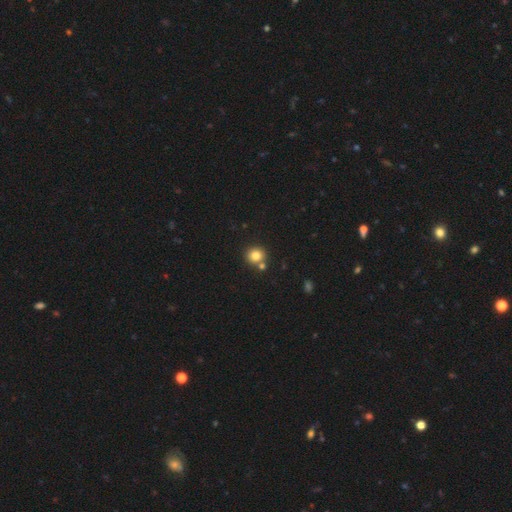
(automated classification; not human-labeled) Smooth or featured: smooth — 81% (star or artifact — 12%)
How rounded: round — 87% (in between — 12%)
Merging: none — 72% (merger — 18%)